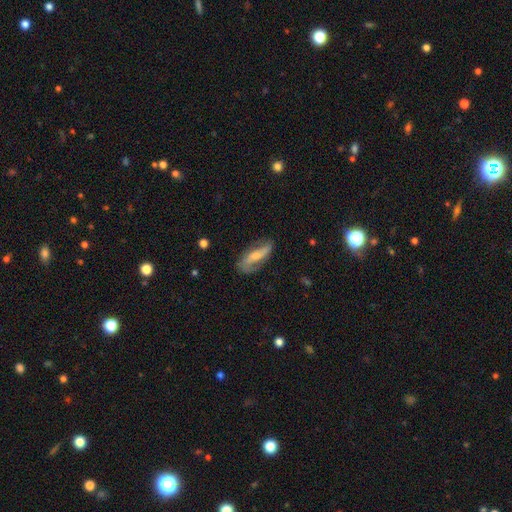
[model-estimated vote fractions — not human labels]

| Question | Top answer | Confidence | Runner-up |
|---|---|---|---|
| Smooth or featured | featured or disk | 69% | smooth (25%) |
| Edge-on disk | no | 86% | yes (14%) |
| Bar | strong | 34% | tied: weak (34%) |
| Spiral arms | yes | 88% | no (12%) |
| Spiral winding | loose | 54% | medium (31%) |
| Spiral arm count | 2 | 85% | can't tell (7%) |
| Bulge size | moderate | 45% | tied: small (45%) |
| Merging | none | 70% | minor disturbance (20%) |